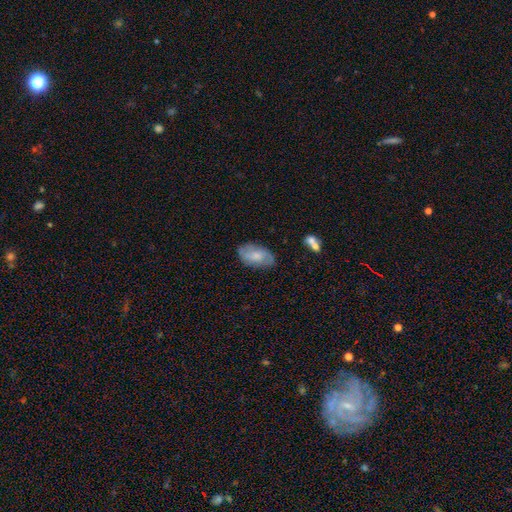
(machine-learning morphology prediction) smooth_or_featured: smooth (p=0.54) [alt: featured or disk p=0.39]
how_rounded: in between (p=0.92) [alt: round p=0.06]
merging: none (p=0.72) [alt: minor disturbance p=0.21]